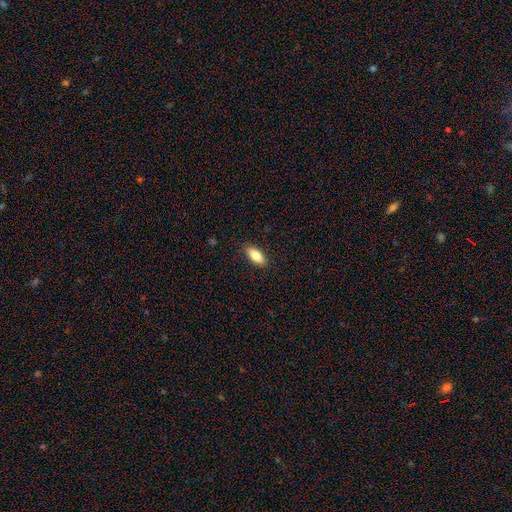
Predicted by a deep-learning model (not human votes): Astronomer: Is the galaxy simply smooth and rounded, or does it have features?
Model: smooth — 82%.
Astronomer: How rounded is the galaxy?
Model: in between — 81%.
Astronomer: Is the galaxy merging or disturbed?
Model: none — 87%.